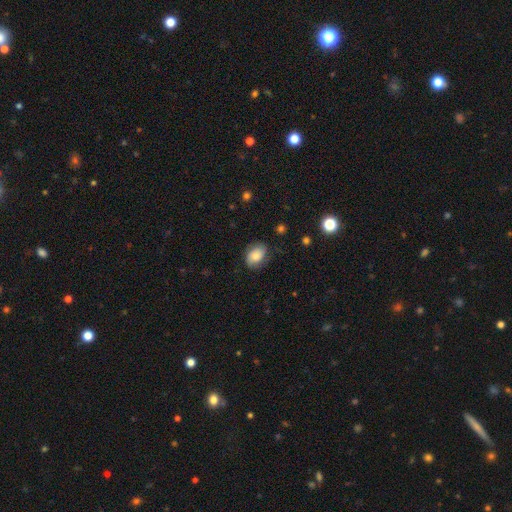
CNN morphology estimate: Smooth or featured? smooth (70%)
How rounded? in between (70%)
Merging? none (73%)